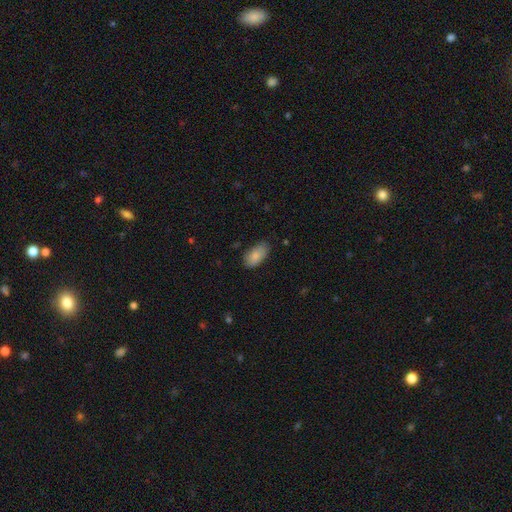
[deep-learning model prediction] Smooth or featured? Predicted: smooth (p=0.85). How rounded? Predicted: in between (p=0.94). Merging? Predicted: none (p=0.74).